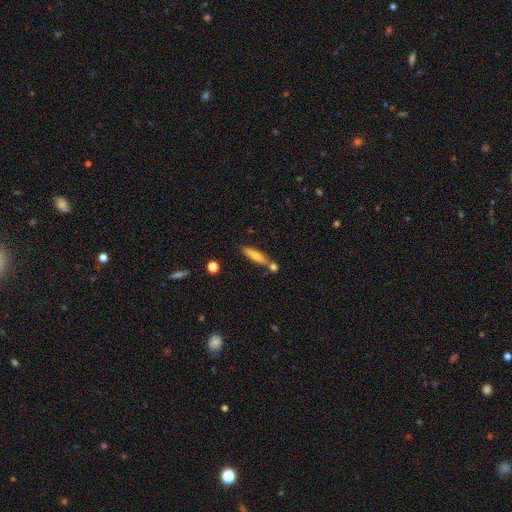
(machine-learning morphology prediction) type=smooth (66%); roundness=cigar-shaped (78%); merging=none (66%).